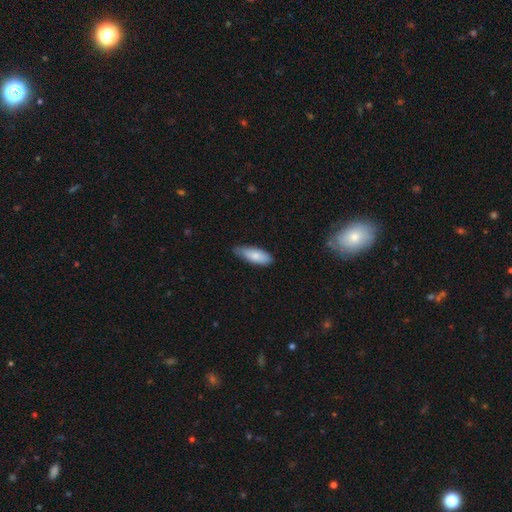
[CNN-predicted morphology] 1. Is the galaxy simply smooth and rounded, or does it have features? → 80% smooth, 14% featured or disk, 6% star or artifact.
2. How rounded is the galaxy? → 75% in between, 23% cigar-shaped, 2% round.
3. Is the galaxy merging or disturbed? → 65% none, 30% minor disturbance, 4% major disturbance, 1% merger.